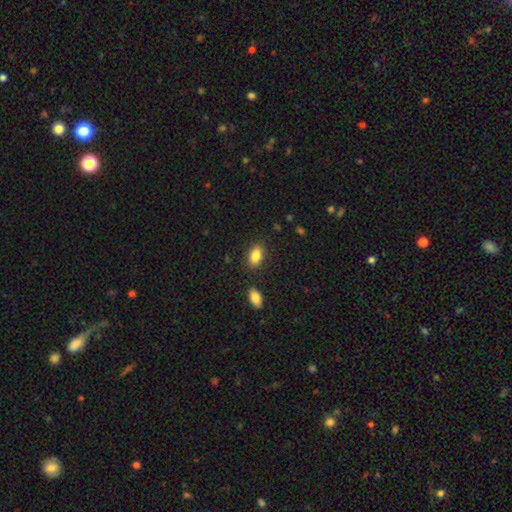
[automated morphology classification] A smooth galaxy with no disk features (87%) that is in between round and cigar-shaped (90%).

Vote fractions:
- Smooth or featured? smooth: 87% / star or artifact: 8% / featured or disk: 6%
- How rounded? in between: 90% / round: 7% / cigar-shaped: 3%
- Merging? none: 85% / minor disturbance: 9% / merger: 3% / major disturbance: 3%